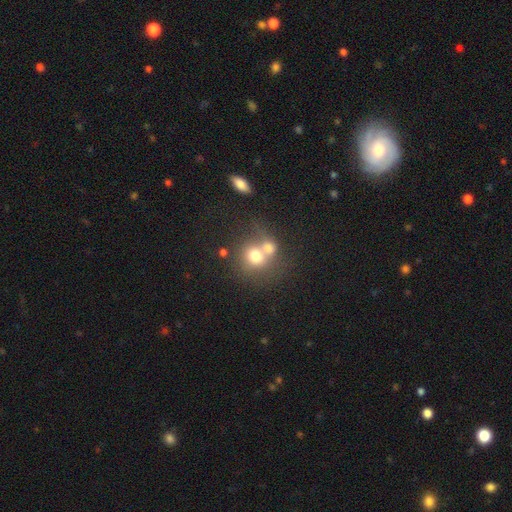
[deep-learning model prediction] smooth-or-featured: smooth: 71% | featured or disk: 18% | star or artifact: 11%
  how-rounded: round: 76% | in between: 23% | cigar-shaped: 1%
  merging: merger: 61% | none: 28% | minor disturbance: 7% | major disturbance: 5%